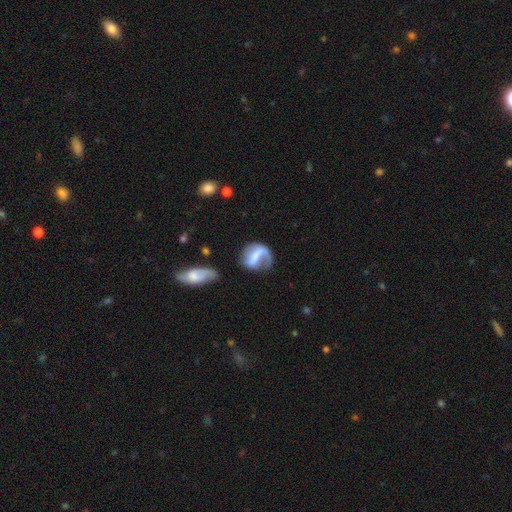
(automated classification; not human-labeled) featured or disk 62%, smooth 31%, star or artifact 7%. Down the decision tree: edge-on disk — no (96%); bar — strong (41%); spiral arms — yes (81%); bulge size — none (44%); merging — none (44%).